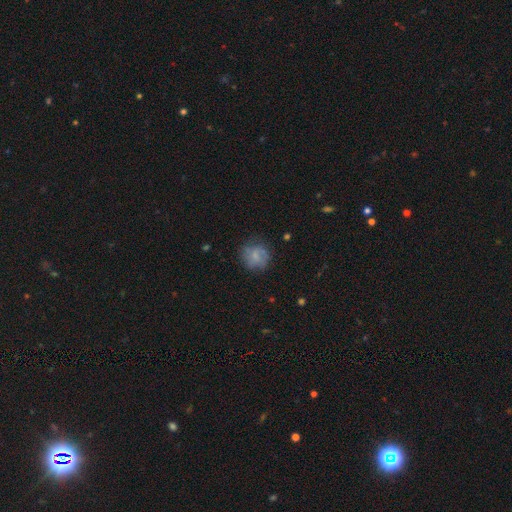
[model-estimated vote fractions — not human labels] smooth-or-featured: smooth: 66% | featured or disk: 24% | star or artifact: 10%
  how-rounded: round: 85% | in between: 14% | cigar-shaped: 1%
  merging: none: 67% | minor disturbance: 21% | major disturbance: 10% | merger: 2%